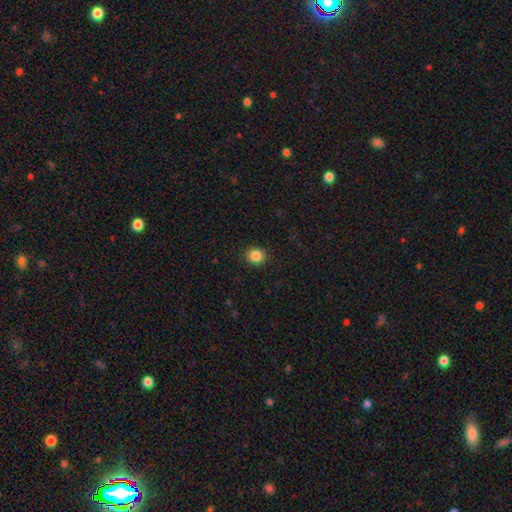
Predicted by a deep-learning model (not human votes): A smooth galaxy with no disk features (86%) that is round (78%).

Vote fractions:
- Smooth or featured? smooth: 86% / star or artifact: 10% / featured or disk: 4%
- How rounded? round: 78% / in between: 21% / cigar-shaped: 1%
- Merging? none: 91% / minor disturbance: 6% / major disturbance: 2% / merger: 1%